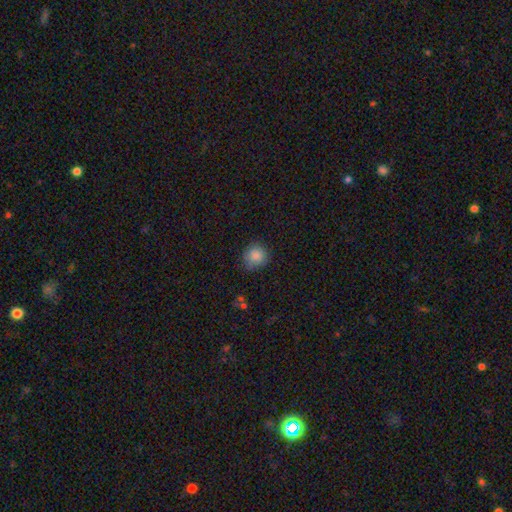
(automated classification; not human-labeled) smooth_or_featured: smooth (p=0.87) [alt: star or artifact p=0.09]
how_rounded: round (p=0.87) [alt: in between p=0.13]
merging: none (p=0.80) [alt: minor disturbance p=0.15]